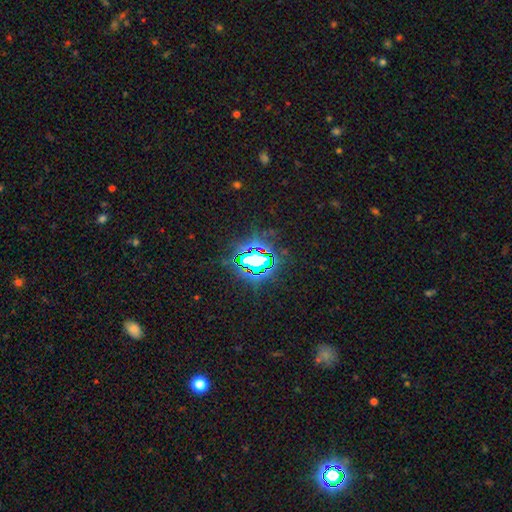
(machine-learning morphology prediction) Smooth or featured? Predicted: star or artifact (p=0.77).